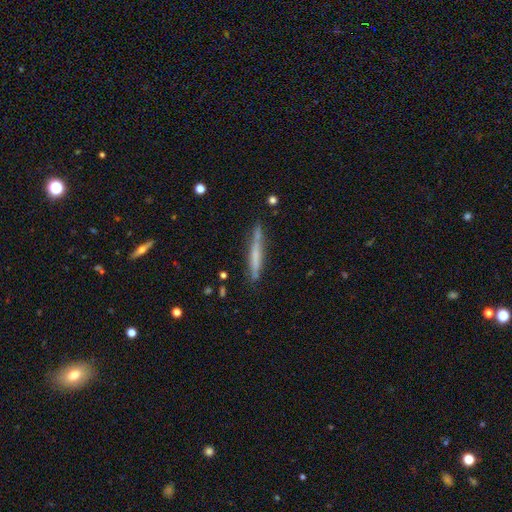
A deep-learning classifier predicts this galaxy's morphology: The model was most divided on "smooth or featured": smooth: 49%, featured or disk: 45%, star or artifact: 7%. More confident: merging — none (82%).